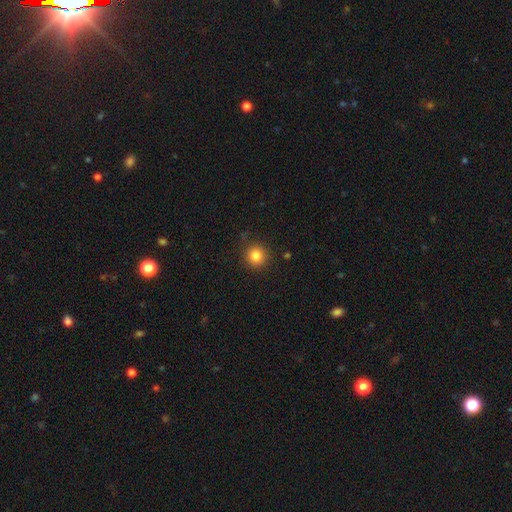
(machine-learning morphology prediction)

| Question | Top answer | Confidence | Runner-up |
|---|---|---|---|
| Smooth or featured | smooth | 84% | star or artifact (11%) |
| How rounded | round | 93% | in between (6%) |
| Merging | none | 87% | minor disturbance (8%) |